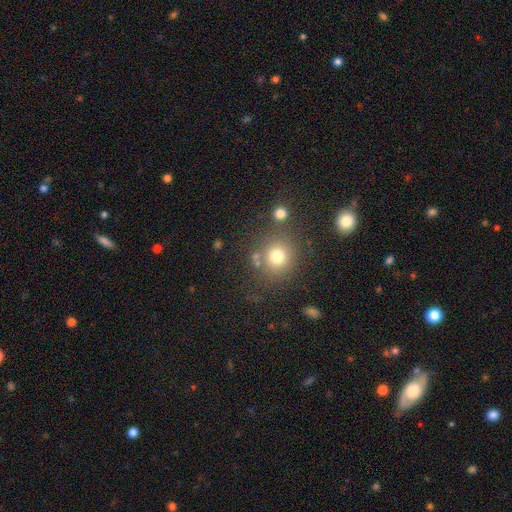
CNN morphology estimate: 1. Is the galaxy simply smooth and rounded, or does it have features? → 70% smooth, 20% star or artifact, 9% featured or disk.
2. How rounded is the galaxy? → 87% round, 12% in between, 1% cigar-shaped.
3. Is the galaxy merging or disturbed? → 75% none, 11% merger, 10% minor disturbance, 4% major disturbance.